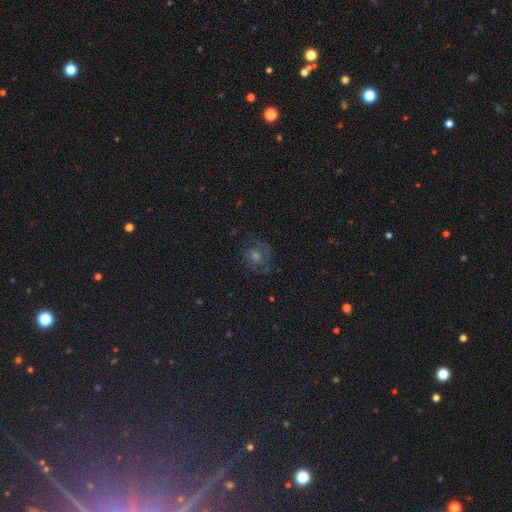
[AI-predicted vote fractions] smooth-or-featured: featured or disk: 55% | star or artifact: 24% | smooth: 22%
  disk-edge-on: no: 97% | yes: 3%
    bar: no: 72% | weak: 24% | strong: 5%
    has-spiral-arms: yes: 86% | no: 14%
    bulge-size: moderate: 58% | small: 30% | large: 6% | none: 3% | dominant: 2%
  merging: none: 74% | minor disturbance: 16% | major disturbance: 9% | merger: 1%